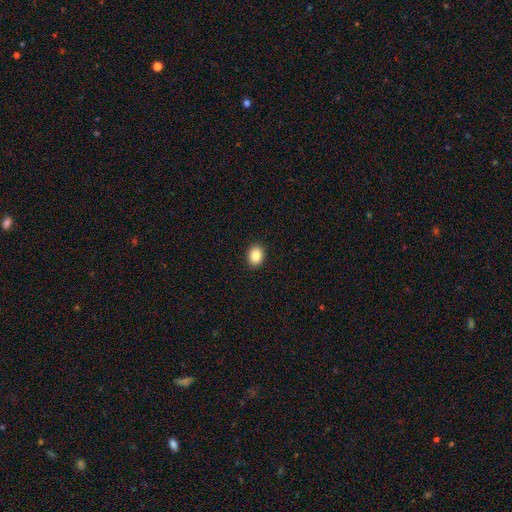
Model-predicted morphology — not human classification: The model was most divided on "how rounded": in between: 58%, round: 41%, cigar-shaped: 1%. More confident: merging — none (91%); smooth or featured — smooth (85%).